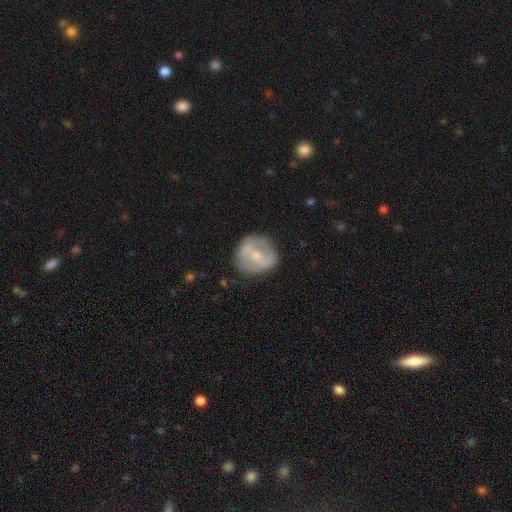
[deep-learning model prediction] smooth-or-featured: featured or disk: 61% | smooth: 33% | star or artifact: 6%
  disk-edge-on: no: 94% | yes: 6%
    bar: strong: 42% | weak: 37% | no: 22%
    has-spiral-arms: no: 65% | yes: 35%
    bulge-size: moderate: 48% | small: 47% | none: 2% | large: 2% | dominant: 1%
  merging: none: 76% | minor disturbance: 16% | major disturbance: 6% | merger: 2%